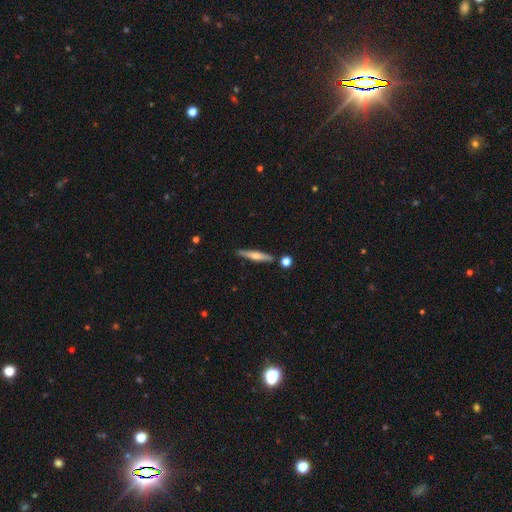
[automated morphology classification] Smooth or featured? Predicted: smooth (p=0.47). Merging? Predicted: none (p=0.84).